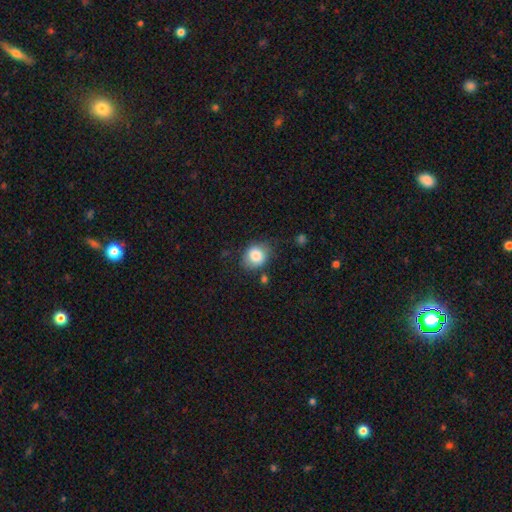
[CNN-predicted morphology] This is clearly a smooth galaxy (84%). How rounded: likely round (66%). Merging: likely none (72%).